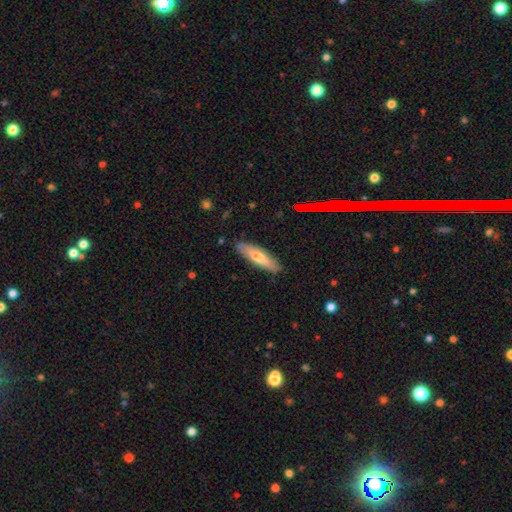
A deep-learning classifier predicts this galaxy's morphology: Smooth or featured: smooth — 62% (featured or disk — 31%)
How rounded: cigar-shaped — 64% (in between — 34%)
Merging: none — 86% (minor disturbance — 11%)